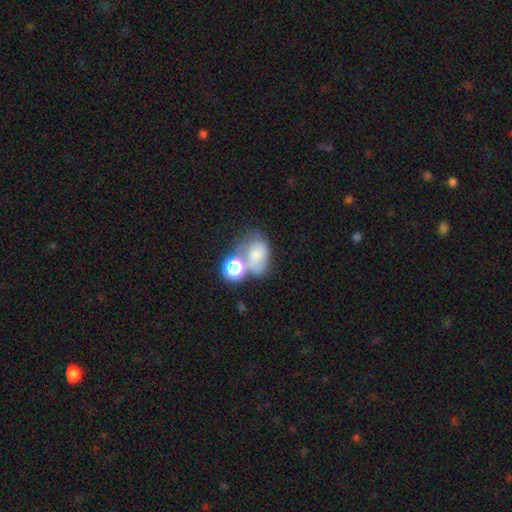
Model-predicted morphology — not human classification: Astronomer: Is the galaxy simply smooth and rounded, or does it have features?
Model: smooth — 59%.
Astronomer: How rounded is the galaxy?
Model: in between — 66%.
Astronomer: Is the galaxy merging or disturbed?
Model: merger — 38% (runner-up: none, 29%).